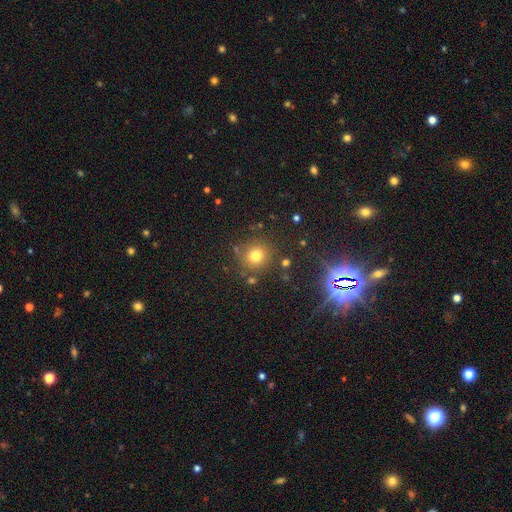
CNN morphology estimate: A smooth galaxy with no disk features (74%) that is round (89%).

Vote fractions:
- Smooth or featured? smooth: 74% / star or artifact: 18% / featured or disk: 8%
- How rounded? round: 89% / in between: 10% / cigar-shaped: 1%
- Merging? none: 82% / minor disturbance: 9% / merger: 5% / major disturbance: 4%